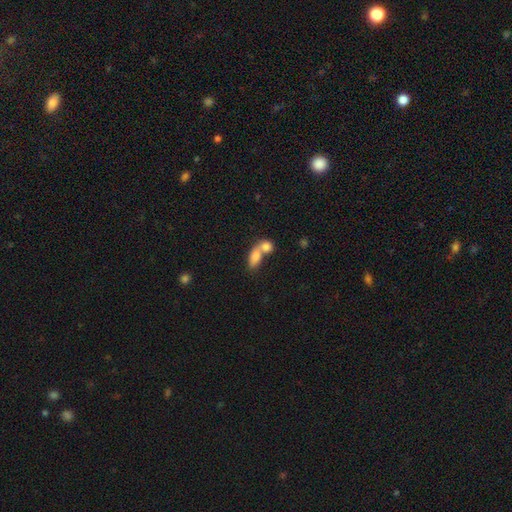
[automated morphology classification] A smooth galaxy with no disk features (79%) that is in between round and cigar-shaped (78%).

Vote fractions:
- Smooth or featured? smooth: 79% / featured or disk: 13% / star or artifact: 8%
- How rounded? in between: 78% / round: 15% / cigar-shaped: 6%
- Merging? merger: 71% / none: 20% / minor disturbance: 6% / major disturbance: 4%